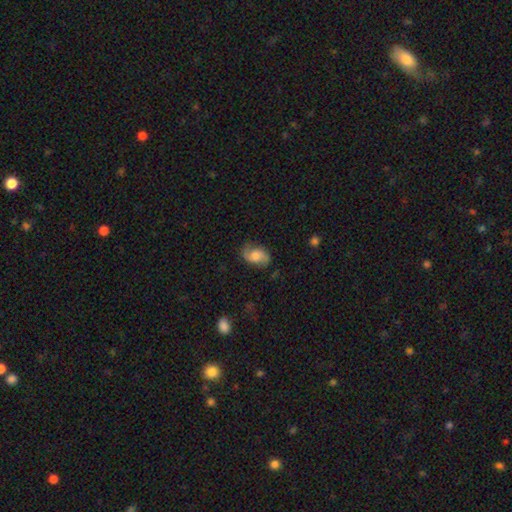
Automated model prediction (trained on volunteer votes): smooth-or-featured: featured or disk: 53% | smooth: 39% | star or artifact: 8%
  disk-edge-on: no: 96% | yes: 4%
    bar: no: 60% | weak: 33% | strong: 6%
    has-spiral-arms: yes: 90% | no: 10%
    bulge-size: moderate: 35% | large: 29% | small: 17% | none: 15% | dominant: 4%
  merging: none: 76% | minor disturbance: 17% | major disturbance: 6% | merger: 1%